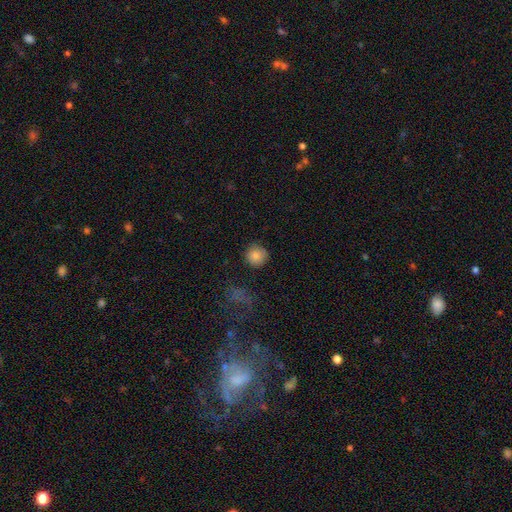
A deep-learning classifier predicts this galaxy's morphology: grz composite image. It shows a smooth galaxy with no disk features (85%) that is round (94%). Merging: none (85%).